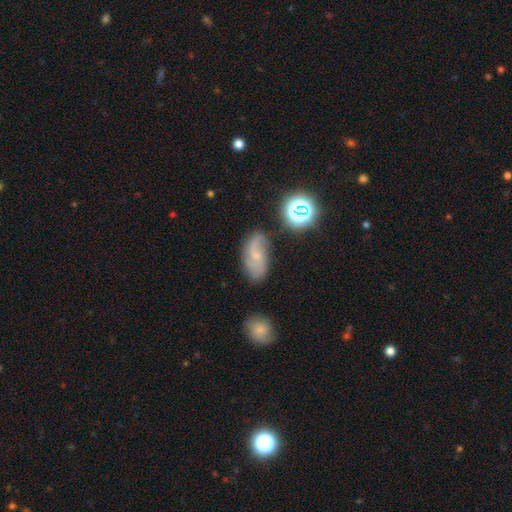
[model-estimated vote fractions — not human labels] smooth_or_featured: featured or disk (p=0.58) [alt: smooth p=0.28]
disk_edge_on: no (p=0.95) [alt: yes p=0.05]
bar: no (p=0.53) [alt: weak p=0.39]
has_spiral_arms: yes (p=0.89) [alt: no p=0.11]
bulge_size: small (p=0.66) [alt: moderate p=0.18]
merging: none (p=0.65) [alt: minor disturbance p=0.22]